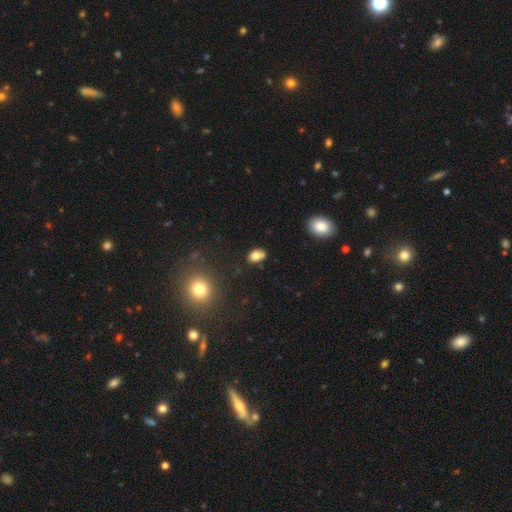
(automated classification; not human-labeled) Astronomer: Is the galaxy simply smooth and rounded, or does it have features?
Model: smooth — 78%.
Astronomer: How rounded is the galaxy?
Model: in between — 76%.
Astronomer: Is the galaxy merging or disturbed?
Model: none — 60%.